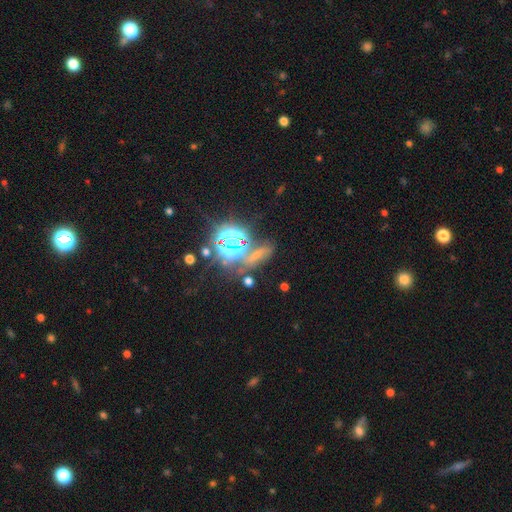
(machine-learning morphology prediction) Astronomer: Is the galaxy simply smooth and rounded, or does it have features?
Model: star or artifact — 63%.